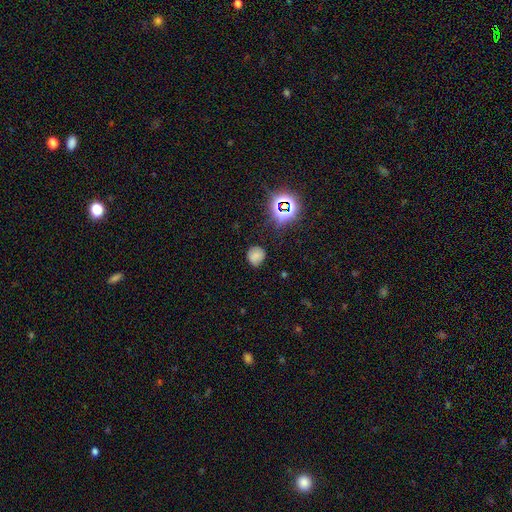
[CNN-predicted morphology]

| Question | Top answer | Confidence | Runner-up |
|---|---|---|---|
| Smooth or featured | smooth | 69% | star or artifact (21%) |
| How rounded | round | 81% | in between (18%) |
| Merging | none | 78% | minor disturbance (16%) |